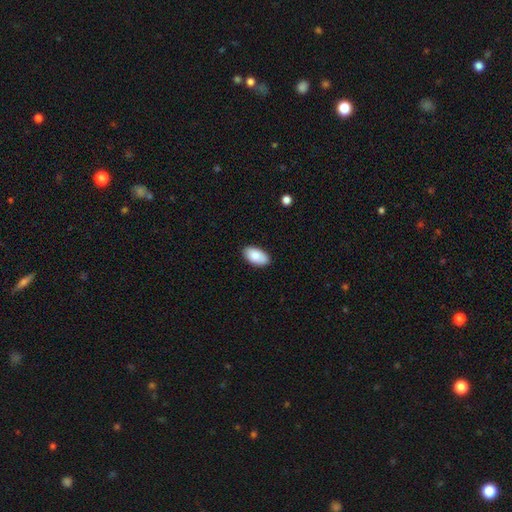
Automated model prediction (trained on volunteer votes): smooth-or-featured: smooth: 87% | featured or disk: 7% | star or artifact: 6%
  how-rounded: in between: 96% | round: 3% | cigar-shaped: 2%
  merging: none: 87% | minor disturbance: 10% | major disturbance: 2% | merger: 1%